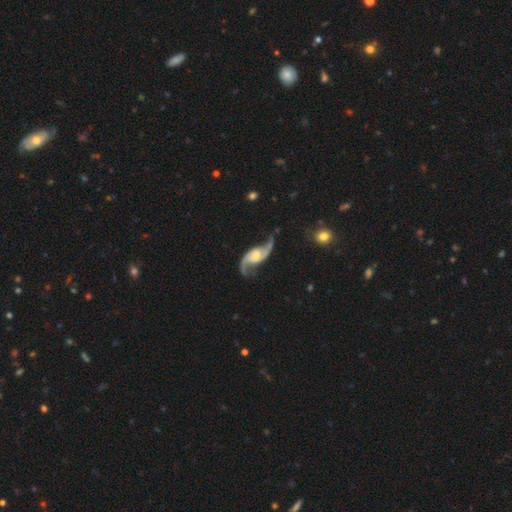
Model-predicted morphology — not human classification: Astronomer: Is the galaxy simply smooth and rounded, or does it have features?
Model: featured or disk — 91%.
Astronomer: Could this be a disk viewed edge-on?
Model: no — 97%.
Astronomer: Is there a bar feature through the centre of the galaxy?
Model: no — 44% (runner-up: weak, 41%).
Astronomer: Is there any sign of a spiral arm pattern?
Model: yes — 97%.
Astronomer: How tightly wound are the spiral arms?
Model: loose — 72%.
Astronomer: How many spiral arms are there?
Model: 2 — 94%.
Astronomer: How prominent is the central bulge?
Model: small — 44% (runner-up: moderate, 42%).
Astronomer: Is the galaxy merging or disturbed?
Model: none — 70%.